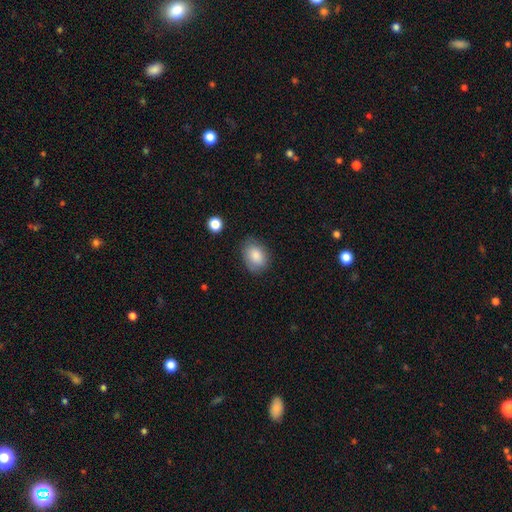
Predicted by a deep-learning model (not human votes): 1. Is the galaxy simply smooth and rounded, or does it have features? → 85% smooth, 8% featured or disk, 7% star or artifact.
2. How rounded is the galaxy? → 68% in between, 31% round, 1% cigar-shaped.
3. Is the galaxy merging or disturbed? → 75% none, 19% minor disturbance, 4% major disturbance, 2% merger.